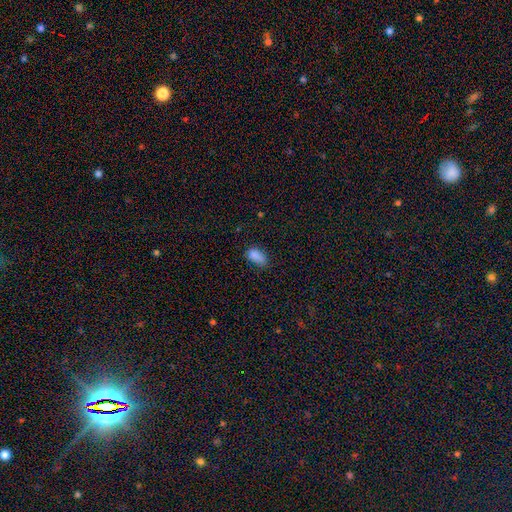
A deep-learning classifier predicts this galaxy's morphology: A smooth galaxy with no disk features (85%) that is in between round and cigar-shaped (91%). Merging: none (61%).